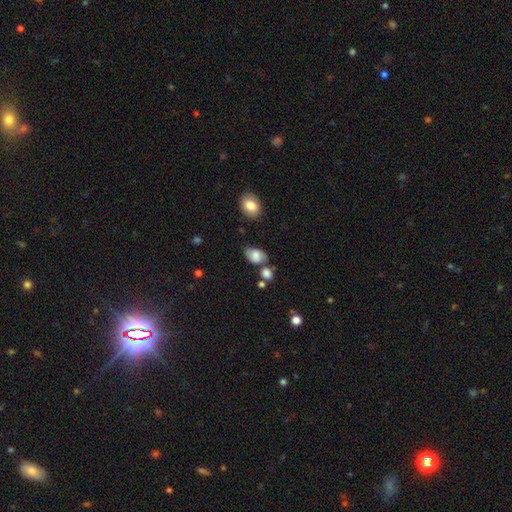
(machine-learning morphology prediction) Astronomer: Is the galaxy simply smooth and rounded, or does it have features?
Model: smooth — 74%.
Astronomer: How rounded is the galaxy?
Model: in between — 87%.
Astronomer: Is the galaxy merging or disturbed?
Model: none — 56%.